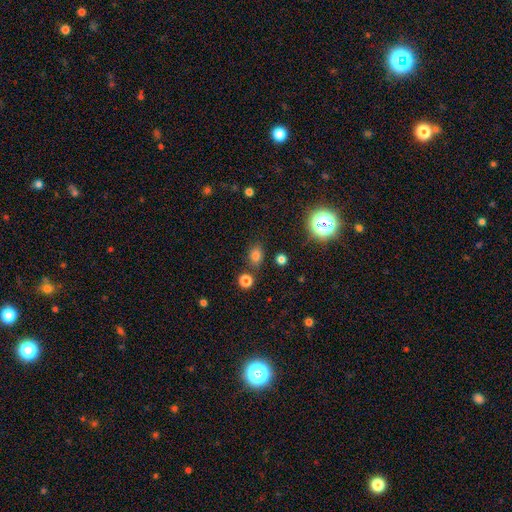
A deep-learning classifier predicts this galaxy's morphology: This appears to be a smooth galaxy with no disk features (75%) that is in between round and cigar-shaped (52%). Merging: none (79%).